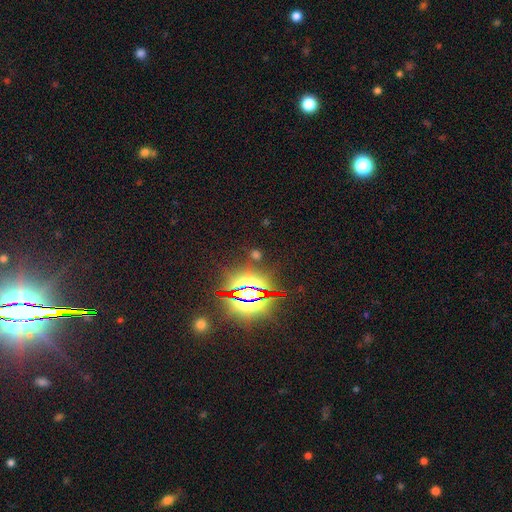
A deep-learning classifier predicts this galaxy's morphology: Smooth or featured? Predicted: star or artifact (p=0.74).